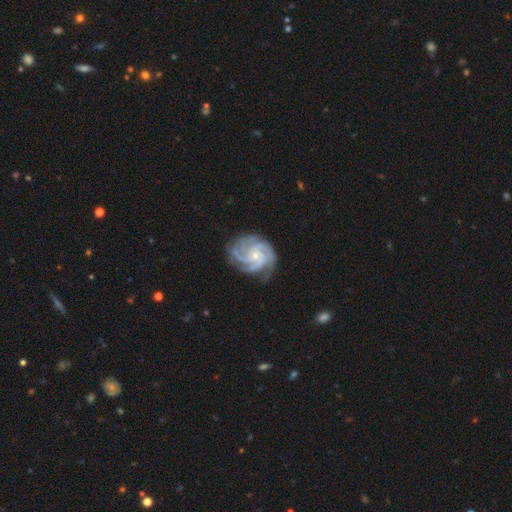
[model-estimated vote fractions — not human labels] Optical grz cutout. It shows a featured or disk galaxy (91%) with no bar (71%), 4 (39%) tight (60%) spiral arms (99%) and a small central bulge (71%). Merging: none (76%).